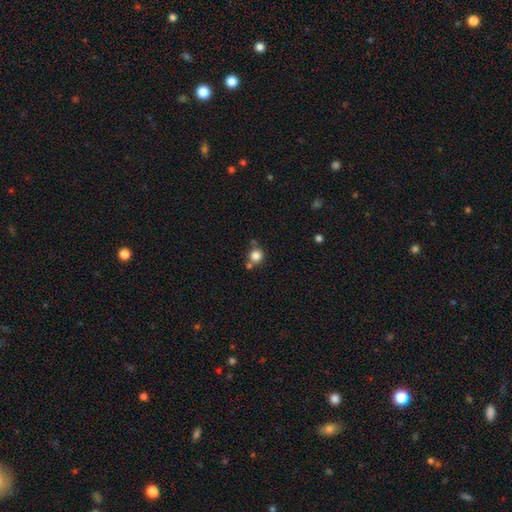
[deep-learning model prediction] Smooth or featured? smooth (82%)
How rounded? round (90%)
Merging? none (66%)